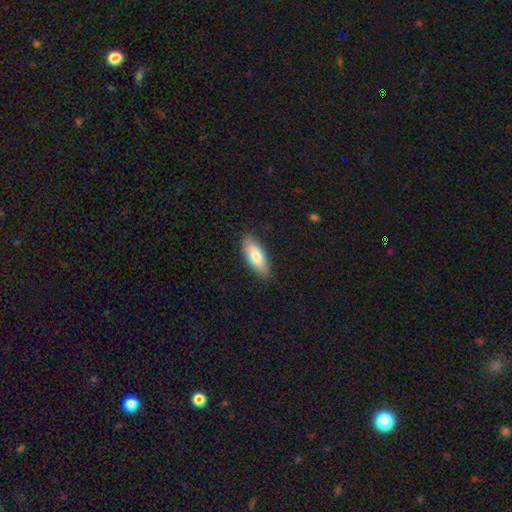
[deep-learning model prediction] Smooth or featured? smooth (79%)
How rounded? in between (77%)
Merging? none (85%)